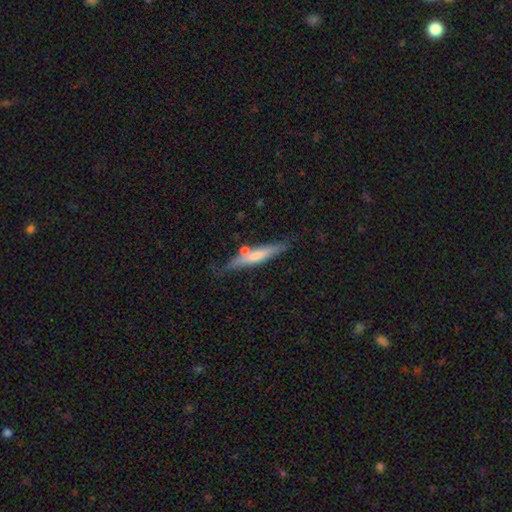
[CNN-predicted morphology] Smooth or featured? Predicted: featured or disk (p=0.61). Edge-on disk? Predicted: yes (p=0.94). Edge-on bulge? Predicted: rounded (p=0.59). Merging? Predicted: none (p=0.77).